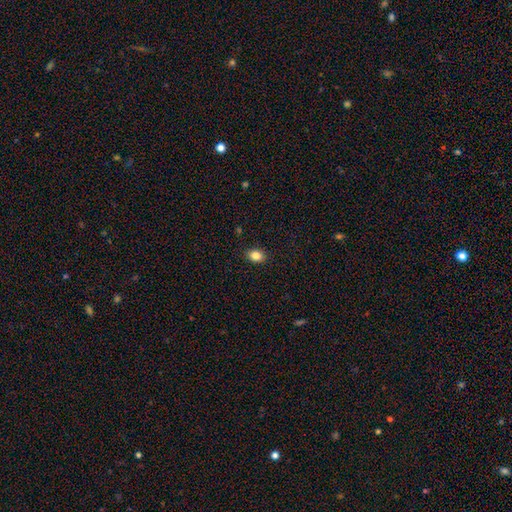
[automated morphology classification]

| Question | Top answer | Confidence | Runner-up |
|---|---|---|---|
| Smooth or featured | smooth | 84% | star or artifact (10%) |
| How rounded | in between | 68% | round (31%) |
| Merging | none | 89% | minor disturbance (8%) |